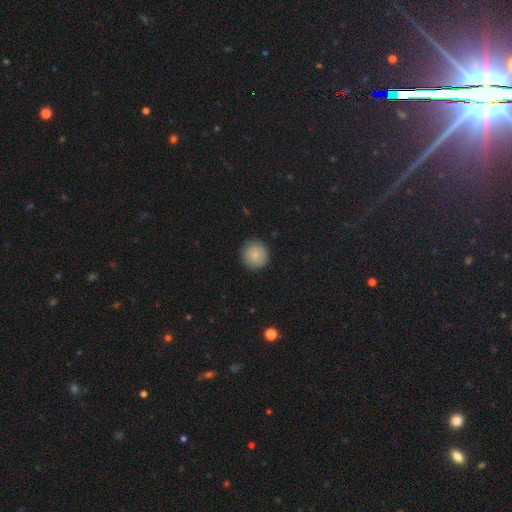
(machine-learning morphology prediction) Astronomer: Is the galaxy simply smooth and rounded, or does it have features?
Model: smooth — 82%.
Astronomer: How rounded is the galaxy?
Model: round — 95%.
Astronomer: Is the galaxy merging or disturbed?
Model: none — 90%.